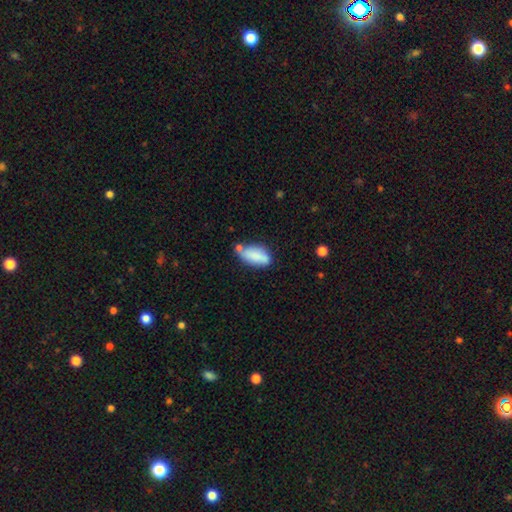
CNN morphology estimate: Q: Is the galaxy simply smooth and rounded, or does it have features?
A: smooth — 81%.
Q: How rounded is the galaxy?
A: in between — 83%.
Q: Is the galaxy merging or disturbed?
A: none — 52%.